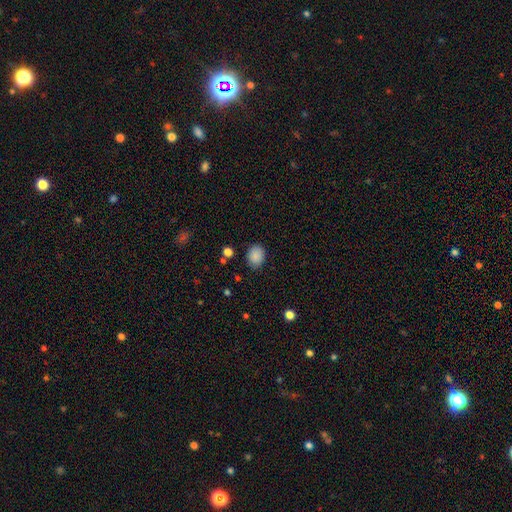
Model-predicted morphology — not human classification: type=smooth (88%); roundness=round (50%); merging=none (84%).